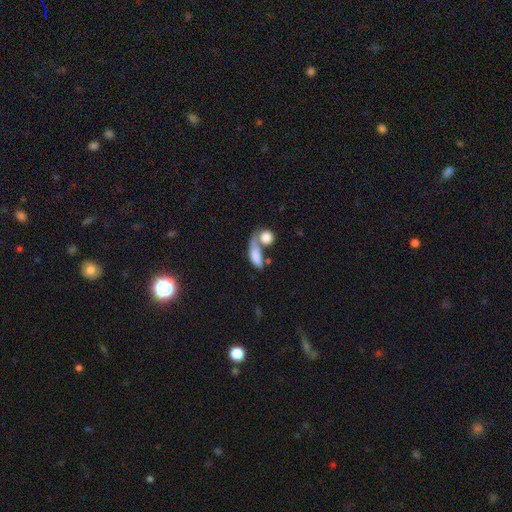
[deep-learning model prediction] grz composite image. It shows a smooth galaxy with no disk features (75%) that is in between round and cigar-shaped (67%). Merging: merger (50%).